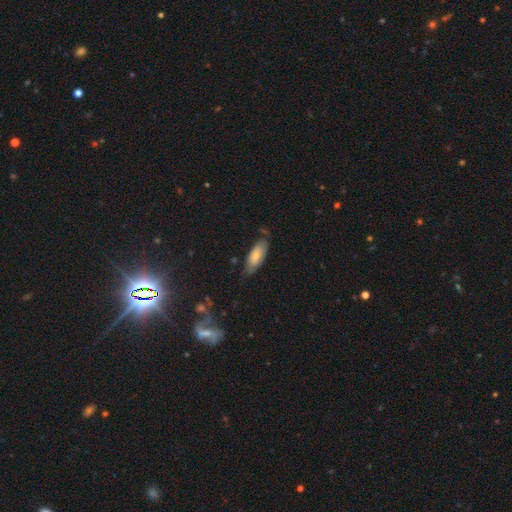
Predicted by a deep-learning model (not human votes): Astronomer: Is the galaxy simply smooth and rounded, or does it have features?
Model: smooth — 66%.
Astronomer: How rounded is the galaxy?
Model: in between — 78%.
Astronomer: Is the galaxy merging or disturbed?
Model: none — 64%.